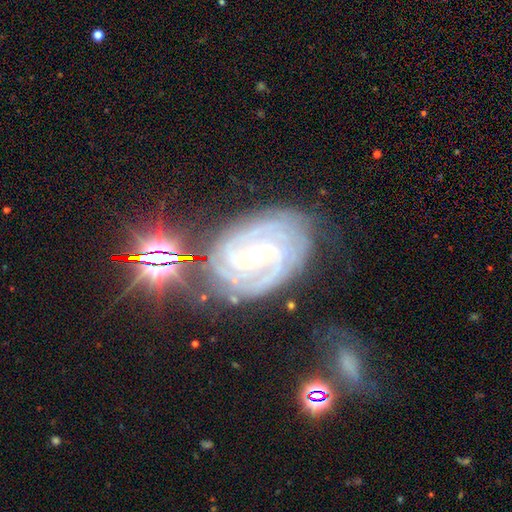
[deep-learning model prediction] Smooth or featured?
  - featured or disk: 89% *
  - star or artifact: 7%
  - smooth: 4%
Edge-on disk?
  - no: 97% *
  - yes: 3%
Bar?
  - weak: 45% *
  - strong: 38%
  - no: 17%
Spiral arms?
  - yes: 98% *
  - no: 2%
Spiral winding?
  - tight: 67% *
  - medium: 28%
  - loose: 5%
Spiral arm count?
  - 2: 31% *
  - 3: 26%
  - can't tell: 19%
  - 4: 13%
  - more than 4: 6%
  - 1: 5%
Bulge size?
  - moderate: 61% *
  - small: 34%
  - large: 3%
  - none: 1%
  - dominant: 1%
Merging?
  - none: 73% *
  - minor disturbance: 18%
  - major disturbance: 7%
  - merger: 2%